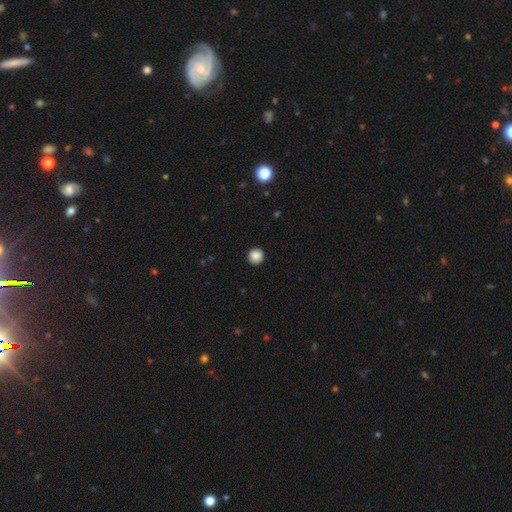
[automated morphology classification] A smooth galaxy with no disk features (87%) that is round (93%).

Vote fractions:
- Smooth or featured? smooth: 87% / star or artifact: 9% / featured or disk: 3%
- How rounded? round: 93% / in between: 6% / cigar-shaped: 1%
- Merging? none: 90% / minor disturbance: 7% / major disturbance: 2% / merger: 1%